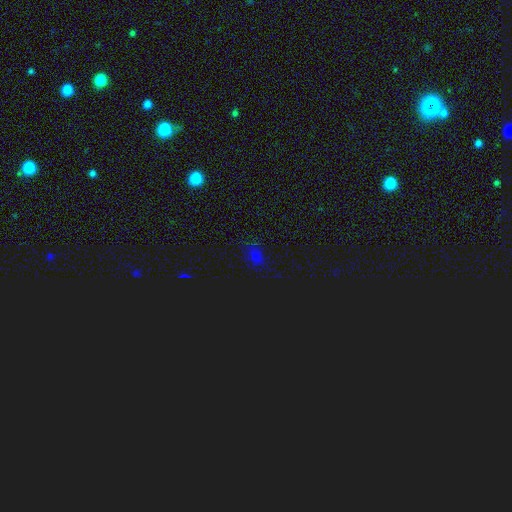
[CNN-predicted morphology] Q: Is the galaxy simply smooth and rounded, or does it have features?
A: smooth — 51%.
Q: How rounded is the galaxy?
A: in between — 62%.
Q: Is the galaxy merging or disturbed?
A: none — 75%.